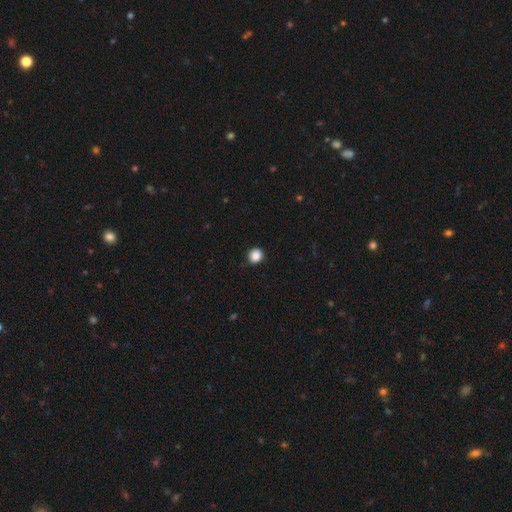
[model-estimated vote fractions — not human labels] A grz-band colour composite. It shows a smooth galaxy with no disk features (87%) that is round (91%). Merging: none (86%).